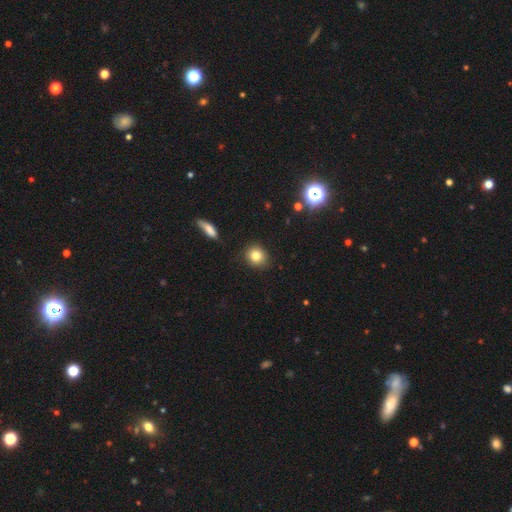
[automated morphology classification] smooth-or-featured: smooth: 81% | star or artifact: 11% | featured or disk: 8%
  how-rounded: round: 80% | in between: 19% | cigar-shaped: 1%
  merging: none: 87% | minor disturbance: 9% | major disturbance: 2% | merger: 2%